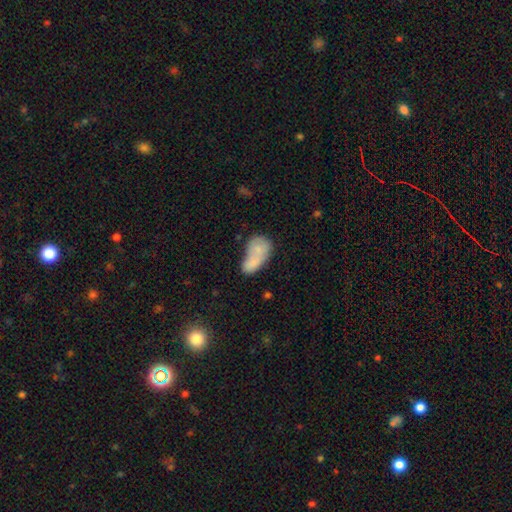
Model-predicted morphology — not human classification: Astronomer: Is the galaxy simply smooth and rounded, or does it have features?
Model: smooth — 71%.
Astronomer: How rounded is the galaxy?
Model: in between — 83%.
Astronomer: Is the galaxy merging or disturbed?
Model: merger — 54%.